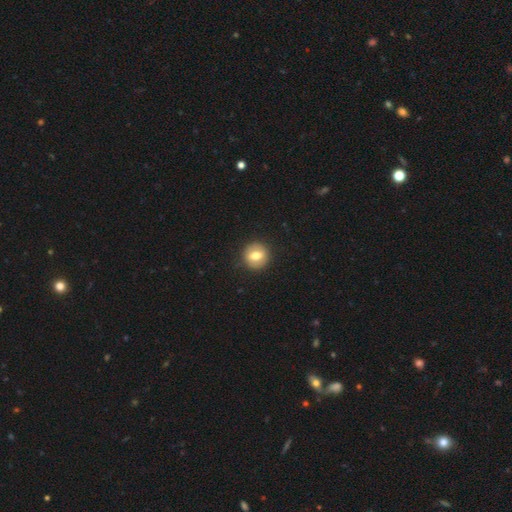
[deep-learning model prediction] Smooth or featured? Predicted: smooth (p=0.66). How rounded? Predicted: round (p=0.86). Merging? Predicted: none (p=0.89).